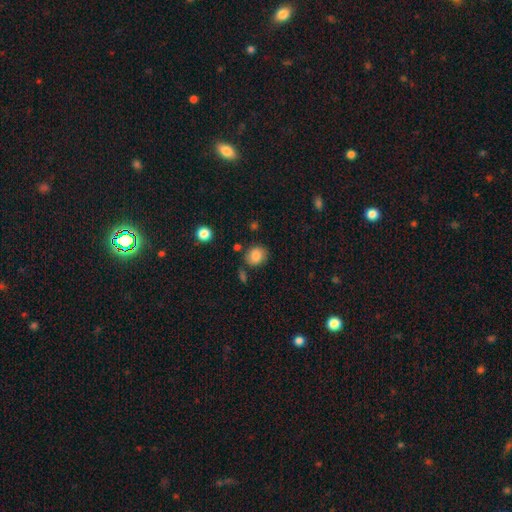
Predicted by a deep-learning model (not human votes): smooth-or-featured: smooth: 84% | star or artifact: 9% | featured or disk: 7%
  how-rounded: round: 68% | in between: 31% | cigar-shaped: 1%
  merging: none: 76% | minor disturbance: 15% | merger: 5% | major disturbance: 4%